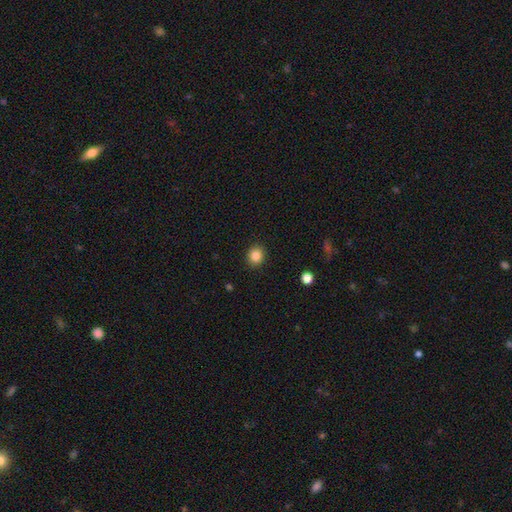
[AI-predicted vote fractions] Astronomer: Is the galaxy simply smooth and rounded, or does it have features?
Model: smooth — 85%.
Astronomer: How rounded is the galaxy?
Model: round — 77%.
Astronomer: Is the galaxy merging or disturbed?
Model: none — 91%.